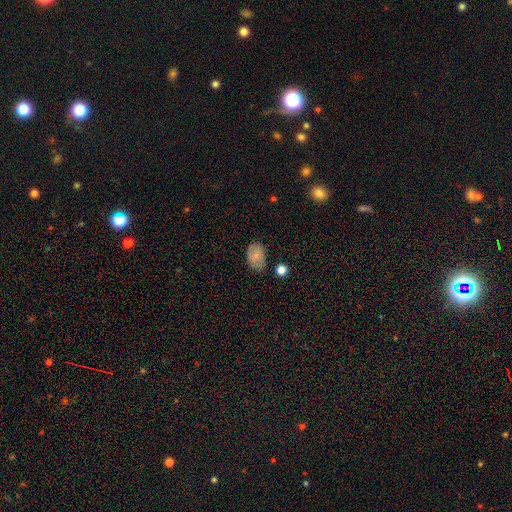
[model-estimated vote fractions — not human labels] smooth_or_featured: smooth (p=0.71) [alt: featured or disk p=0.21]
how_rounded: in between (p=0.85) [alt: round p=0.14]
merging: none (p=0.75) [alt: minor disturbance p=0.19]